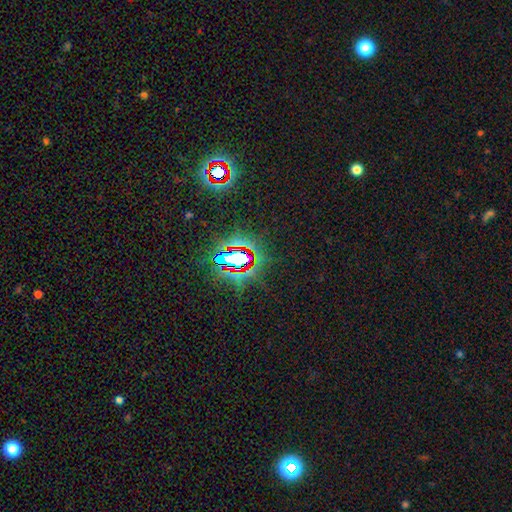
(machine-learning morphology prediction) smooth-or-featured: star or artifact: 82% | smooth: 10% | featured or disk: 9%